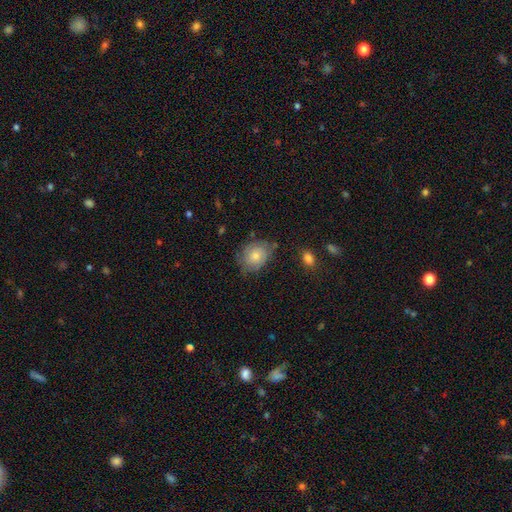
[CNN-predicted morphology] smooth 62%, featured or disk 30%, star or artifact 8%. Down the decision tree: how rounded — in between (53%); merging — none (61%).